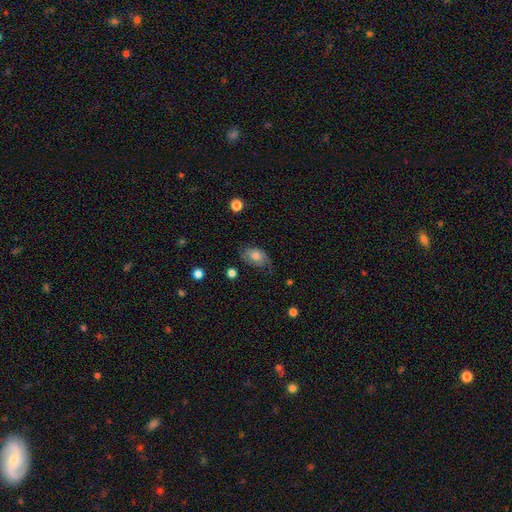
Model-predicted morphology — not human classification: Q: Smooth or featured?
A: smooth (62%); runner-up: featured or disk (30%)
Q: How rounded?
A: in between (85%); runner-up: round (14%)
Q: Merging?
A: none (47%); runner-up: minor disturbance (33%)